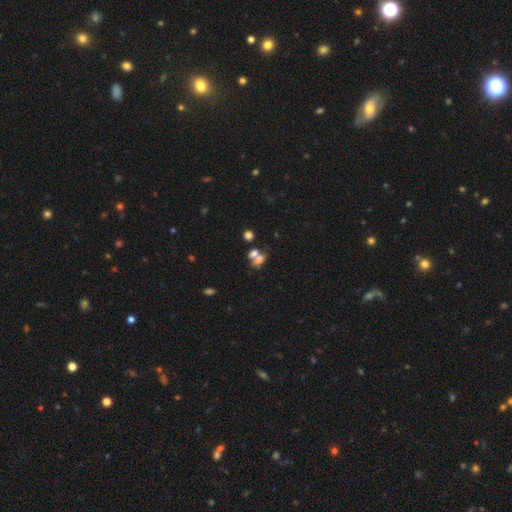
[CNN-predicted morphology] A smooth galaxy with no disk features (63%) that is in between round and cigar-shaped (64%). Merging: merger (53%).